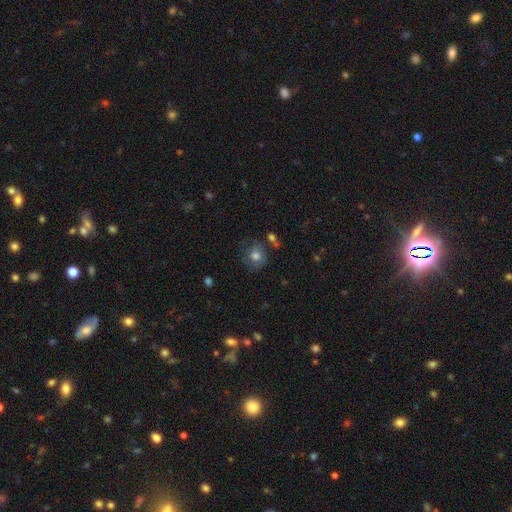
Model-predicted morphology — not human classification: Overall: smooth (73%). How rounded: round (79%). Merging: none (65%).